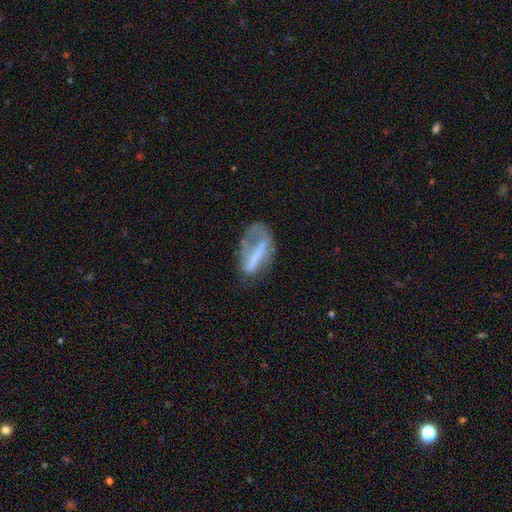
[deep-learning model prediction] The model was most divided on "smooth or featured" (2-way tie): featured or disk: 45%, smooth: 45%, star or artifact: 10%. Remaining: merging — major disturbance (38%).